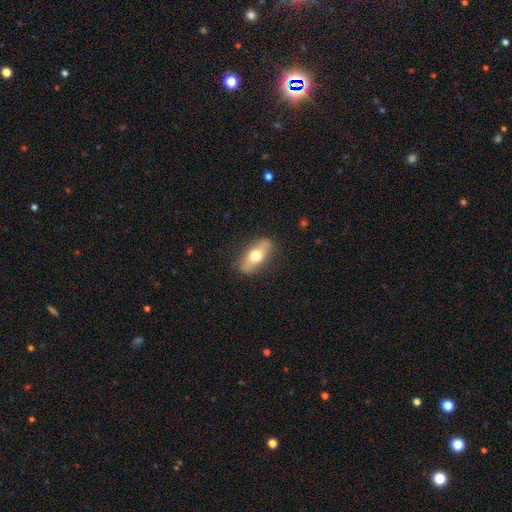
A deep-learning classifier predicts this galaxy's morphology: smooth_or_featured: smooth (p=0.61) [alt: featured or disk p=0.33]
how_rounded: in between (p=0.79) [alt: cigar-shaped p=0.17]
merging: none (p=0.85) [alt: minor disturbance p=0.11]